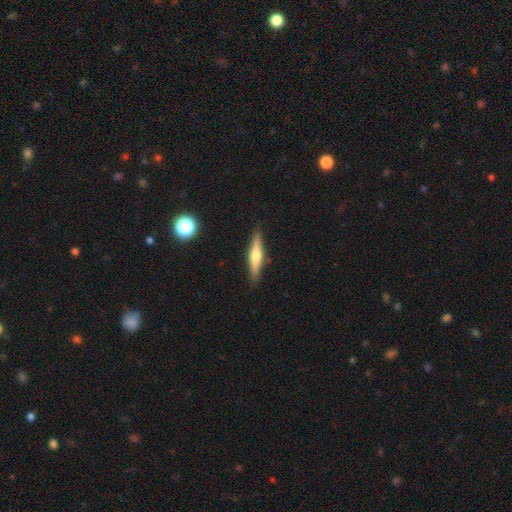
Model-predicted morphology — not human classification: smooth-or-featured: featured or disk: 57% | smooth: 37% | star or artifact: 6%
  disk-edge-on: yes: 96% | no: 4%
    edge-on-bulge: rounded: 89% | boxy: 6% | none: 5%
  merging: none: 89% | minor disturbance: 8% | major disturbance: 2% | merger: 1%